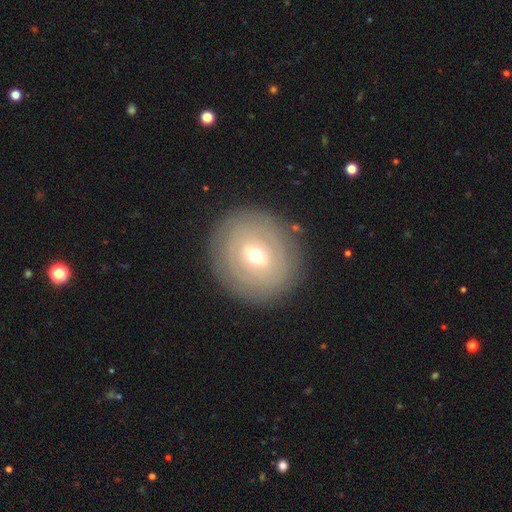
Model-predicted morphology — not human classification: Overall: featured or disk (56%; smooth 36%). Edge-on disk: no (94%). Bar: no (43%, tied with weak). Spiral arms: no (54%; yes 46%). Bulge size: moderate (60%; small 34%). Merging: none (86%).